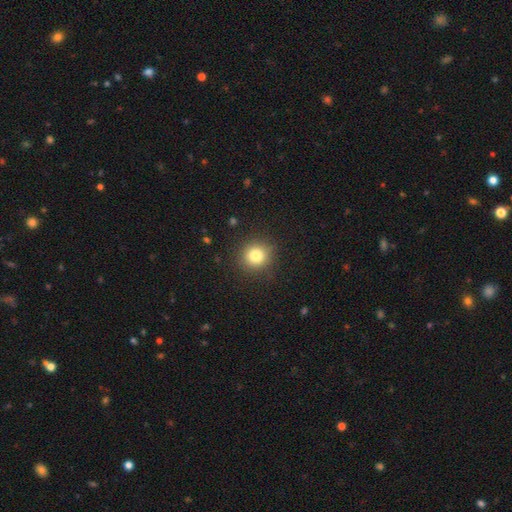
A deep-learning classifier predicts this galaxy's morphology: Q: Smooth or featured?
A: smooth (81%); runner-up: star or artifact (12%)
Q: How rounded?
A: round (89%); runner-up: in between (10%)
Q: Merging?
A: none (88%); runner-up: minor disturbance (8%)